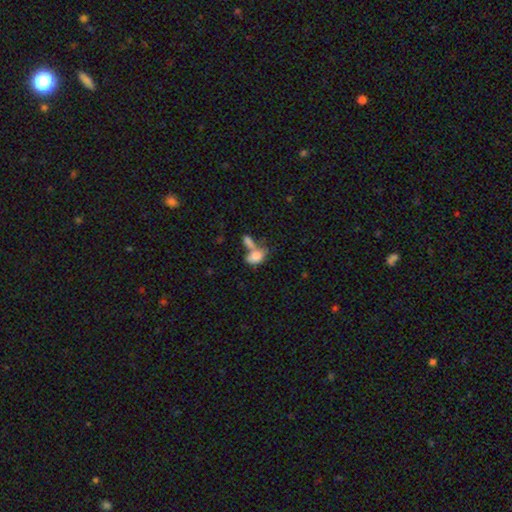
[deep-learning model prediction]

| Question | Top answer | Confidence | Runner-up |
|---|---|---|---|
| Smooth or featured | smooth | 77% | featured or disk (14%) |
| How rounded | in between | 87% | round (9%) |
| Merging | merger | 56% | none (25%) |